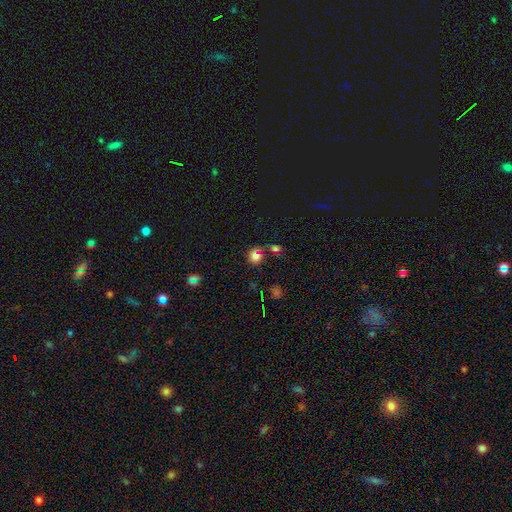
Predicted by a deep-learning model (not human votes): This appears to be a smooth galaxy with no disk features (72%) that is round (76%). Merging: none (39%).